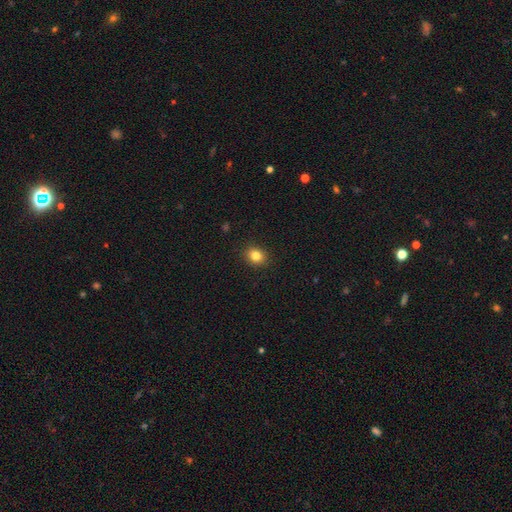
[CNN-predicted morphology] A smooth galaxy with no disk features (83%) that is round (62%). Merging: none (91%).